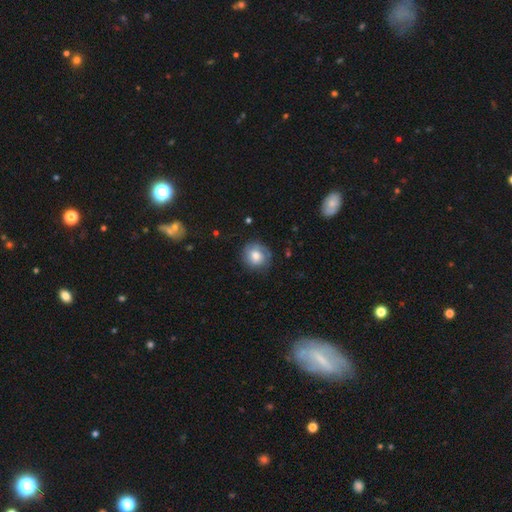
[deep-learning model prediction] Morphology: type=smooth (63%); roundness=round (86%); merging=none (73%).